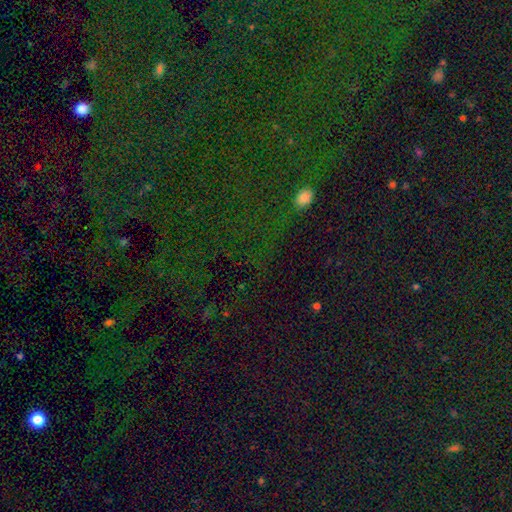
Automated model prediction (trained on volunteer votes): Morphology: type=star or artifact (75%).